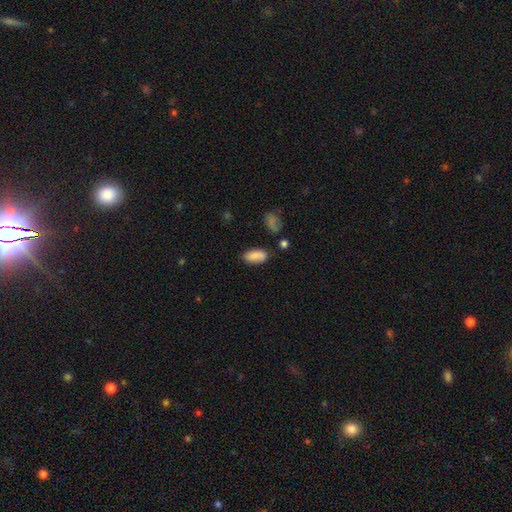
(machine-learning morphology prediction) Overall: smooth (83%). How rounded: in between (92%). Merging: none (75%).